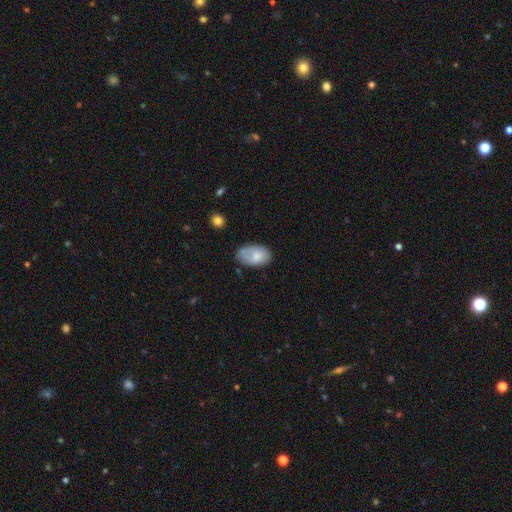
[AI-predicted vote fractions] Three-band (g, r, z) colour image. It shows a smooth galaxy with no disk features (75%) that is in between round and cigar-shaped (92%). Merging: none (53%).